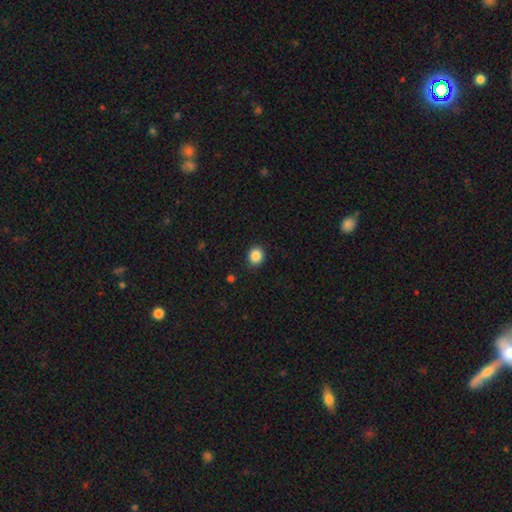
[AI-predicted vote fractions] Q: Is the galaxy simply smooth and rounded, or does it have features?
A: smooth — 87%.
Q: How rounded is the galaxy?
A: round — 78%.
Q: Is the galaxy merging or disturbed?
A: none — 90%.